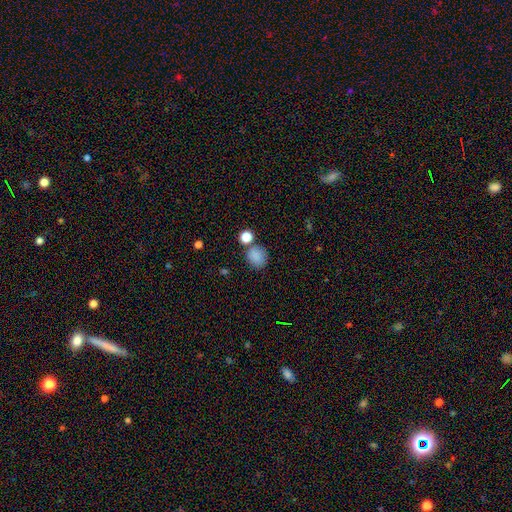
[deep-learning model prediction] Morphology: type=smooth (84%); roundness=round (75%); merging=none (70%).